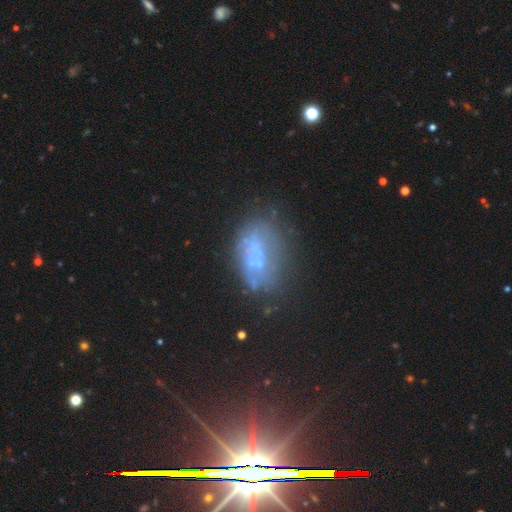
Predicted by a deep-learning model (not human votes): featured or disk 46%, smooth 36%, star or artifact 18%. Down the decision tree: merging — none (42%).